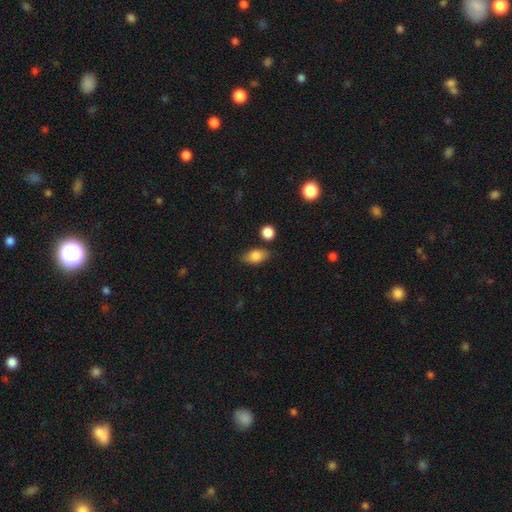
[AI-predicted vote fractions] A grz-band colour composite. It shows a smooth galaxy with no disk features (81%) that is in between round and cigar-shaped (84%). Merging: none (77%).